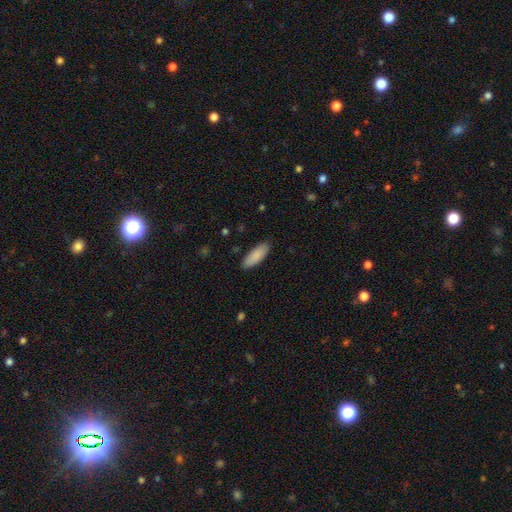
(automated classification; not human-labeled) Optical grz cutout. It shows a smooth galaxy with no disk features (89%) that is in between round and cigar-shaped (72%). Merging: none (86%).